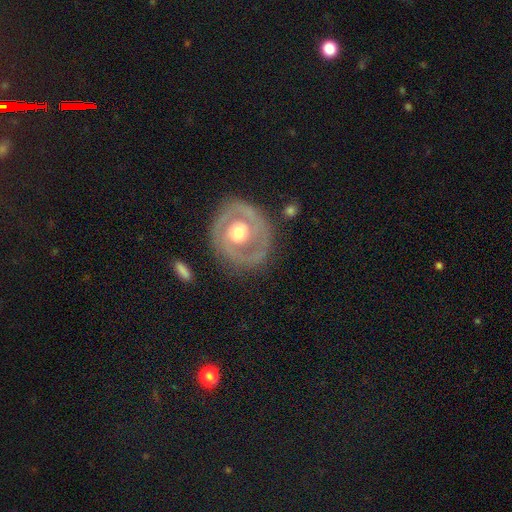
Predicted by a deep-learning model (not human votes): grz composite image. It shows a featured or disk galaxy (71%) with no bar (76%), no spiral arms (52%) and a moderate central bulge (70%). Merging: none (77%).